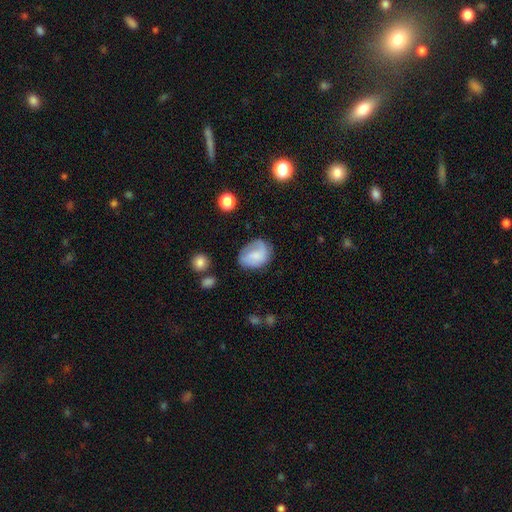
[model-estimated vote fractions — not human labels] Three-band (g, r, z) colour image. It shows a smooth galaxy with no disk features (58%) that is in between round and cigar-shaped (62%). Merging: none (57%).